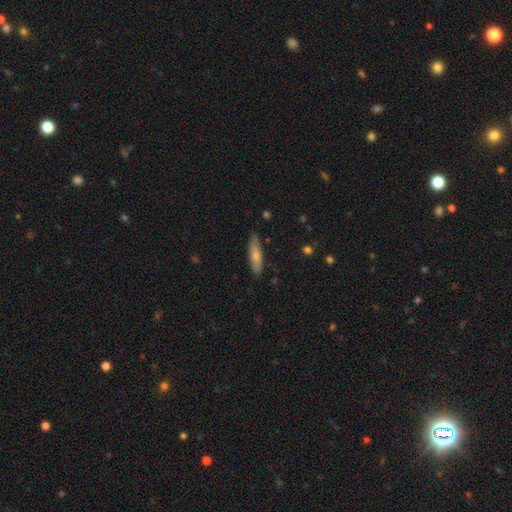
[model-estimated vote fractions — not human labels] Smooth or featured?
  - smooth: 73% *
  - featured or disk: 21%
  - star or artifact: 6%
How rounded?
  - cigar-shaped: 68% *
  - in between: 31%
  - round: 2%
Merging?
  - none: 85% *
  - minor disturbance: 12%
  - major disturbance: 2%
  - merger: 1%